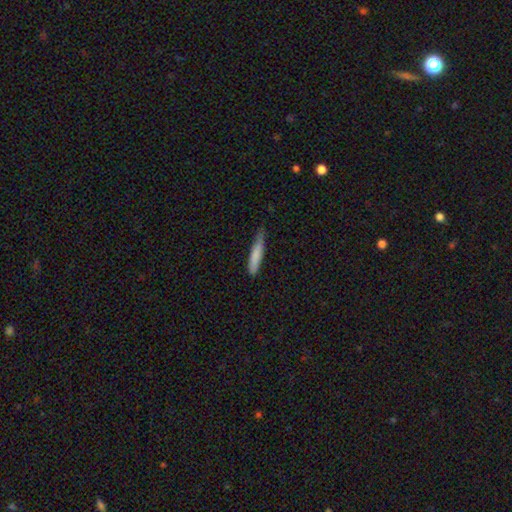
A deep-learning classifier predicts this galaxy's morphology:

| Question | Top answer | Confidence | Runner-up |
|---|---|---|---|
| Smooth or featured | smooth | 80% | featured or disk (14%) |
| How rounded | cigar-shaped | 89% | in between (9%) |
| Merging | none | 66% | minor disturbance (29%) |